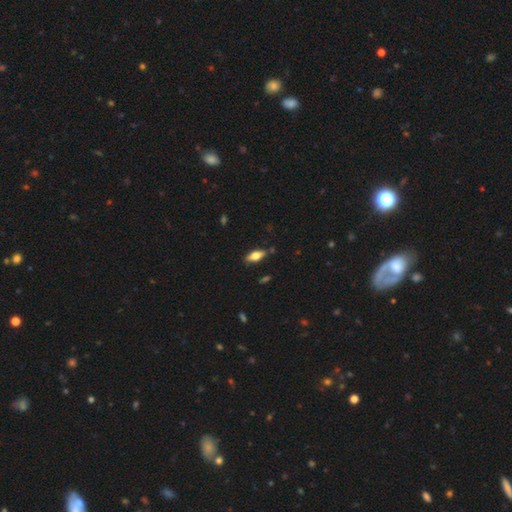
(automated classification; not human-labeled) Smooth or featured?
  - smooth: 63% *
  - featured or disk: 30%
  - star or artifact: 7%
How rounded?
  - in between: 76% *
  - cigar-shaped: 22%
  - round: 3%
Merging?
  - none: 82% *
  - minor disturbance: 13%
  - major disturbance: 3%
  - merger: 2%